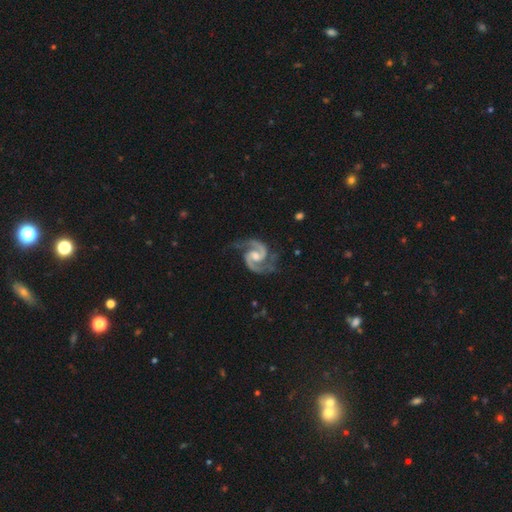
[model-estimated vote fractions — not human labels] A featured or disk galaxy (94%) with a weak bar (45%), 2 (94%) medium (67%) spiral arms (99%) and a moderate central bulge (58%). Merging: none (74%).